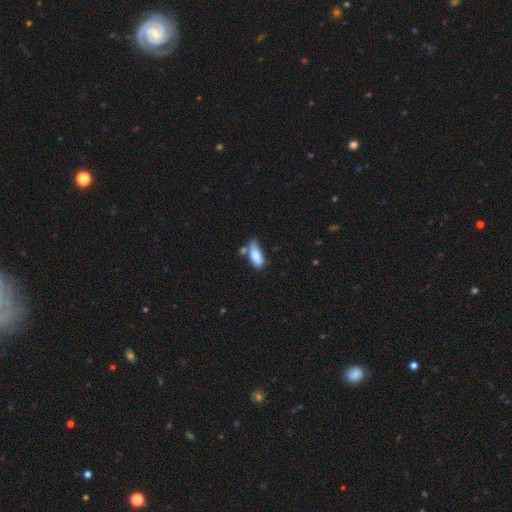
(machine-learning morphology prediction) Overall: smooth (83%). How rounded: in between (77%). Merging: none (38%; minor disturbance 29%).